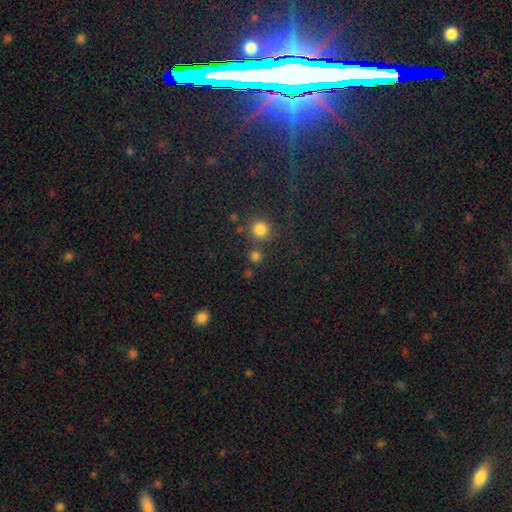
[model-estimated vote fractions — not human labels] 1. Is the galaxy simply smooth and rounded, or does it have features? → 75% smooth, 20% star or artifact, 5% featured or disk.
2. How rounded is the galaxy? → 93% round, 6% in between, 1% cigar-shaped.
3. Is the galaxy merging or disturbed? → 78% none, 11% merger, 7% minor disturbance, 4% major disturbance.